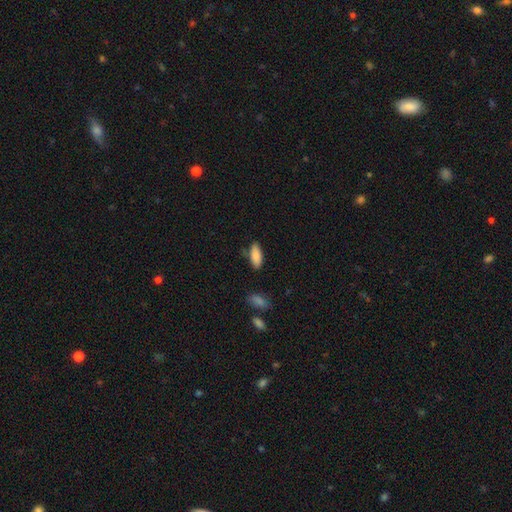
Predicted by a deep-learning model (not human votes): A smooth galaxy with no disk features (88%) that is in between round and cigar-shaped (81%). Merging: none (77%).